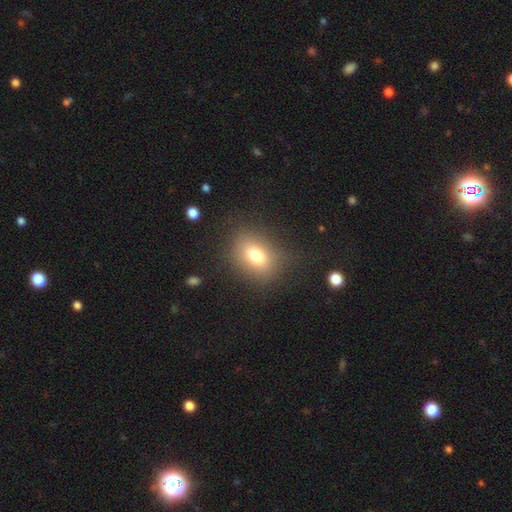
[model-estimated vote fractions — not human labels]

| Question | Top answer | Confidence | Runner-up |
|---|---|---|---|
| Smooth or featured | smooth | 75% | star or artifact (12%) |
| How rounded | in between | 68% | round (30%) |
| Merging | none | 78% | minor disturbance (13%) |